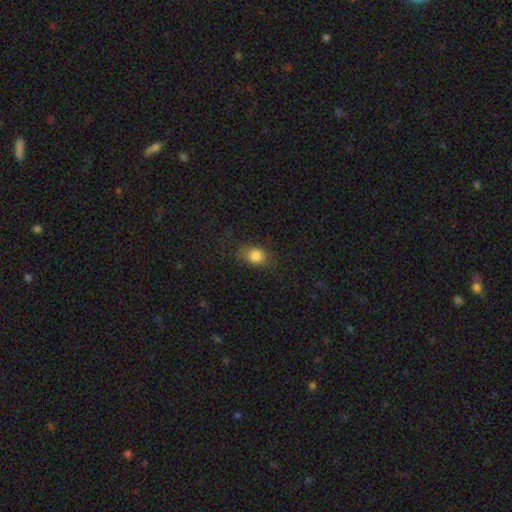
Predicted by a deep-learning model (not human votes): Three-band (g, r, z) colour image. It shows a smooth galaxy with no disk features (82%) that is in between round and cigar-shaped (58%). Merging: none (72%).